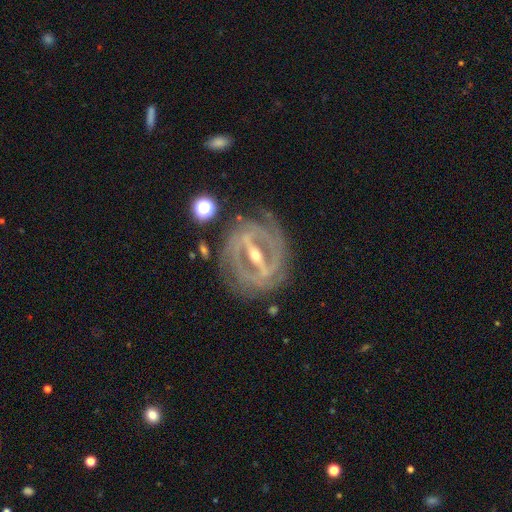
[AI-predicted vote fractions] smooth-or-featured: featured or disk: 90% | star or artifact: 5% | smooth: 4%
  disk-edge-on: no: 88% | yes: 12%
    bar: strong: 84% | weak: 12% | no: 4%
    has-spiral-arms: yes: 87% | no: 13%
      spiral-winding: tight: 71% | medium: 23% | loose: 6%
      spiral-arm-count: 2: 40% | can't tell: 26% | 3: 15% | 4: 9% | 1: 5% | more than 4: 5%
    bulge-size: moderate: 50% | small: 46% | large: 2% | none: 1% | dominant: 1%
  merging: none: 77% | minor disturbance: 14% | major disturbance: 7% | merger: 2%